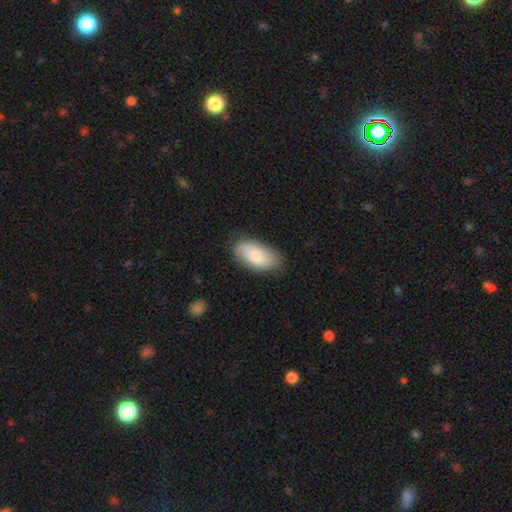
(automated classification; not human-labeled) smooth 80%, featured or disk 14%, star or artifact 6%. Down the decision tree: how rounded — in between (94%); merging — none (79%).